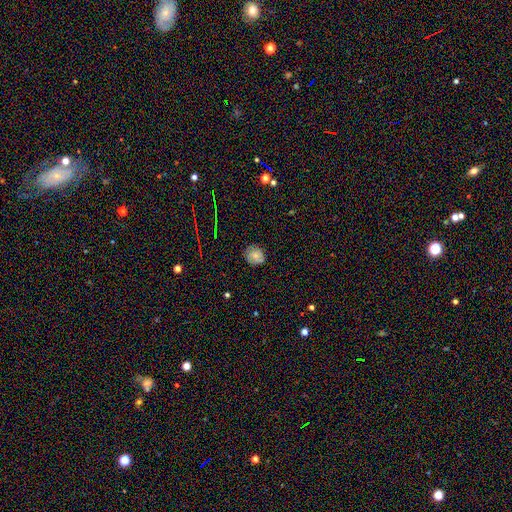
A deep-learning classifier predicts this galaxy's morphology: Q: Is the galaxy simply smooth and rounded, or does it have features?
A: smooth — 57%.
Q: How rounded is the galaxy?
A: round — 80%.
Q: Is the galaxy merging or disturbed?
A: none — 77%.